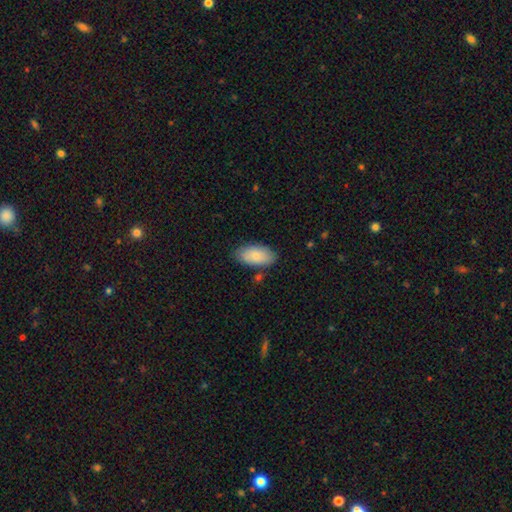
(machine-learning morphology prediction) This is clearly a smooth galaxy (80%). How rounded: clearly in between (94%). Merging: likely none (80%).